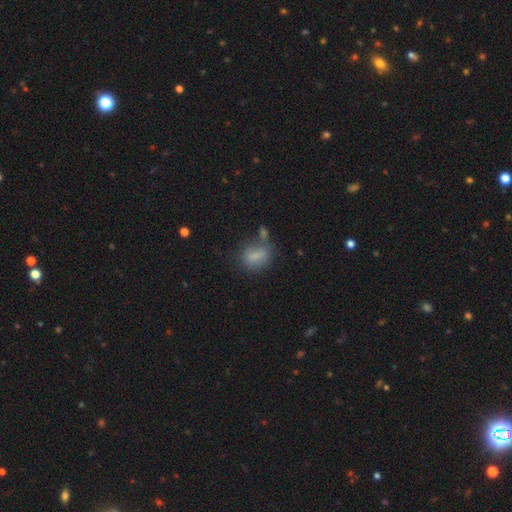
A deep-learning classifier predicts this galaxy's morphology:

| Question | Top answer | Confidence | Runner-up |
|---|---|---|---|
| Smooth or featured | smooth | 72% | featured or disk (16%) |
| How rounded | in between | 61% | round (33%) |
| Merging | none | 51% | minor disturbance (22%) |